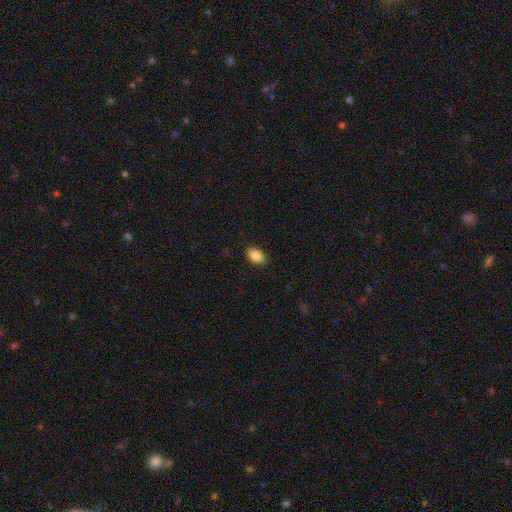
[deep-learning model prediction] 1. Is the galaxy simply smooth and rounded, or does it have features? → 87% smooth, 8% star or artifact, 6% featured or disk.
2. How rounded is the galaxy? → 89% in between, 9% round, 2% cigar-shaped.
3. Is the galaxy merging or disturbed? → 88% none, 9% minor disturbance, 2% major disturbance, 1% merger.